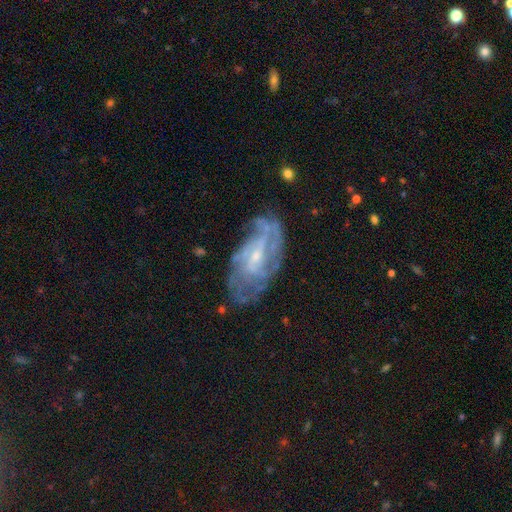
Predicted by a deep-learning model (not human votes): Smooth or featured? featured or disk (80%)
Edge-on disk? no (93%)
Bar? no (46%)
Spiral arms? yes (86%)
Spiral winding? tight (51%)
Spiral arm count? can't tell (47%)
Bulge size? small (67%)
Merging? none (65%)